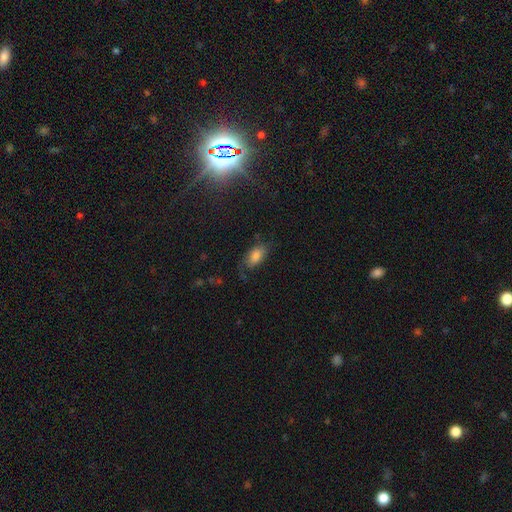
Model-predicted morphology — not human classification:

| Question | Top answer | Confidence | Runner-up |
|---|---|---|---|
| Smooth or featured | smooth | 74% | featured or disk (16%) |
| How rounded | in between | 90% | cigar-shaped (6%) |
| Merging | none | 60% | minor disturbance (25%) |